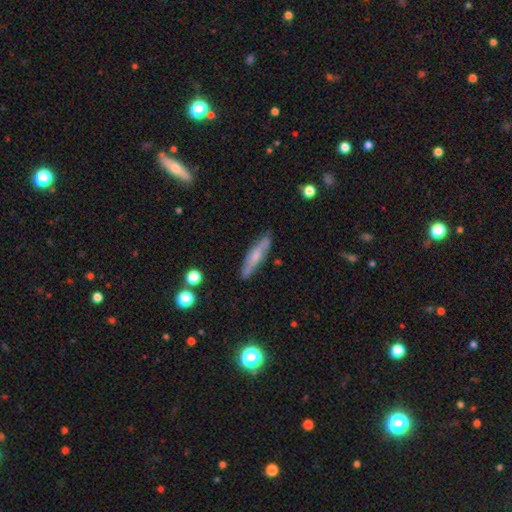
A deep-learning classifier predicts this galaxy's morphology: type=smooth (48%); merging=none (82%).